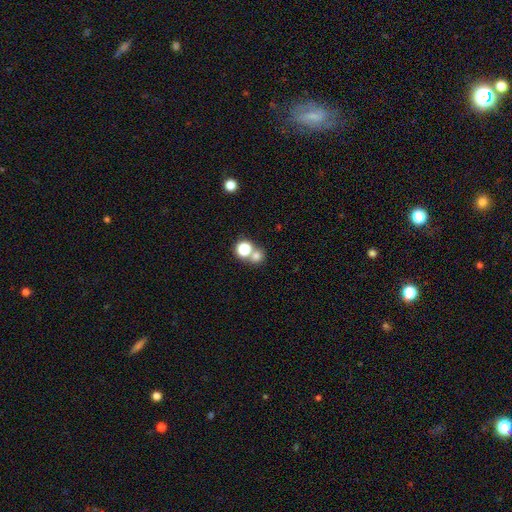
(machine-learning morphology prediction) type=smooth (73%); roundness=round (83%); merging=none (50%).